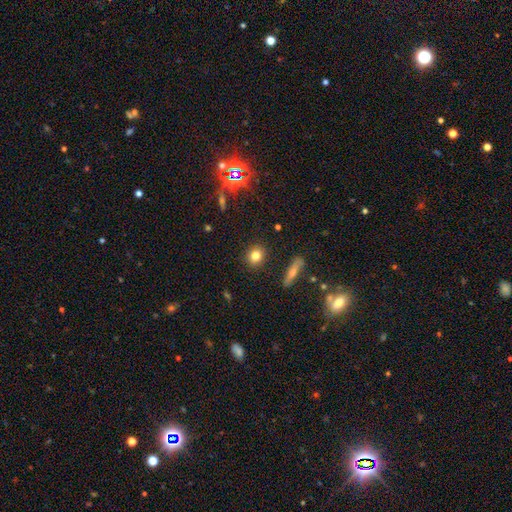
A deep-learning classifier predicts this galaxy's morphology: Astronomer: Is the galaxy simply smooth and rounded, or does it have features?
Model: smooth — 79%.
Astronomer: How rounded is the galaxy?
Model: round — 73%.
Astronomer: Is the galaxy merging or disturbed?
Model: none — 89%.